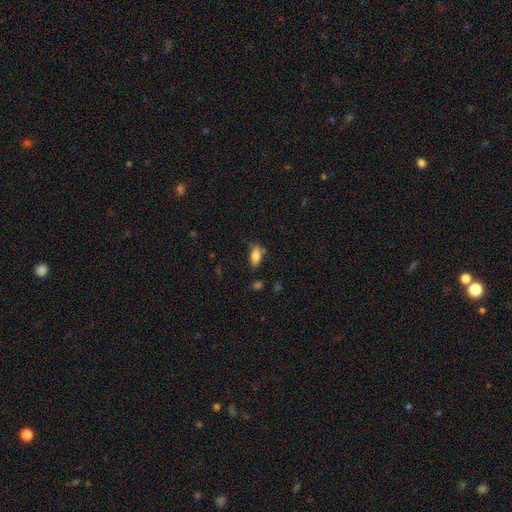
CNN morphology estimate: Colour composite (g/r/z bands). It shows a smooth galaxy with no disk features (78%) that is in between round and cigar-shaped (85%). Merging: none (65%).